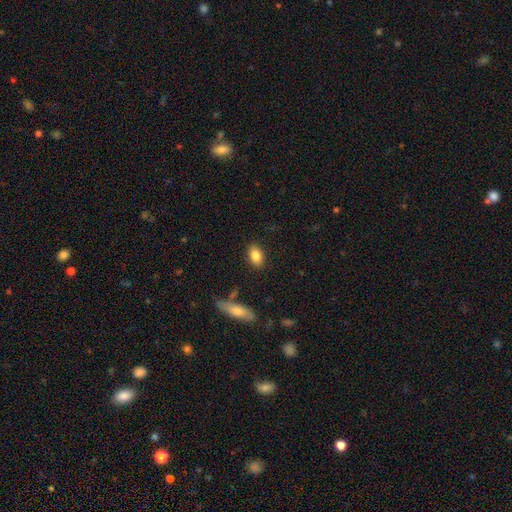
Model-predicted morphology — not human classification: This appears to be a smooth galaxy with no disk features (83%) that is in between round and cigar-shaped (88%). Merging: none (85%).